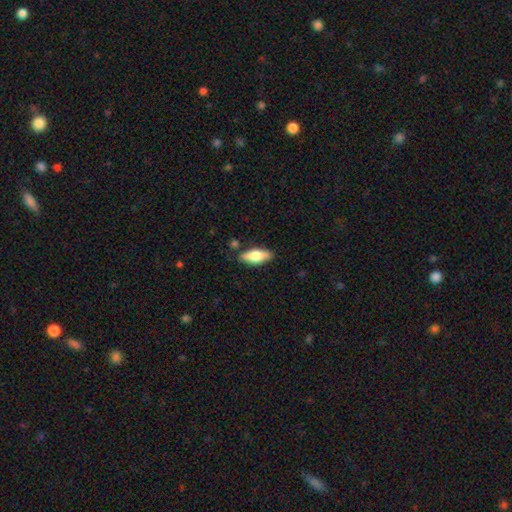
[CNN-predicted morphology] The model was most divided on "smooth or featured": smooth: 68%, featured or disk: 26%, star or artifact: 6%. More confident: merging — none (84%); how rounded — in between (75%).